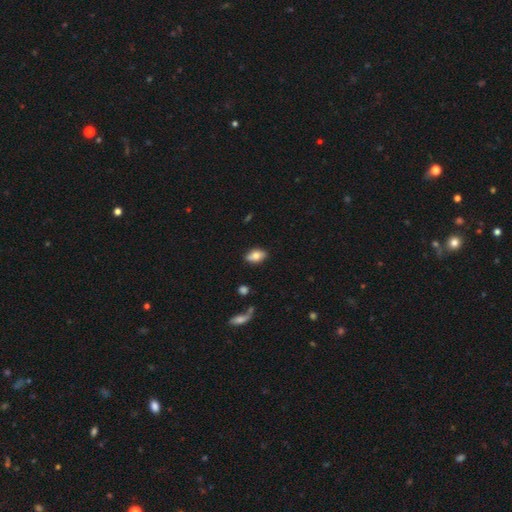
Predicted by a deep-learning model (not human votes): A smooth galaxy with no disk features (76%) that is in between round and cigar-shaped (88%). Merging: none (85%).